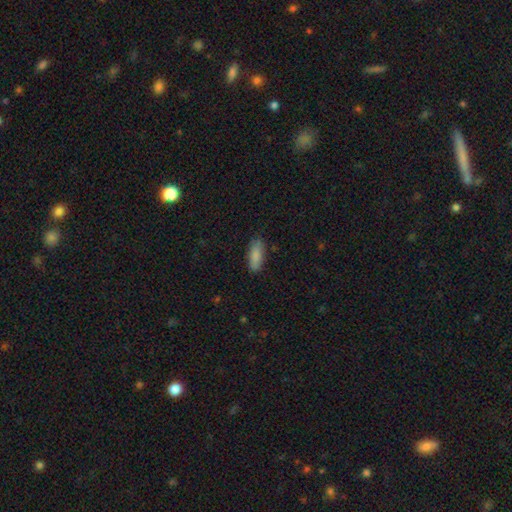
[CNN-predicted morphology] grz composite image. It shows a smooth galaxy with no disk features (87%) that is in between round and cigar-shaped (70%). Merging: none (83%).